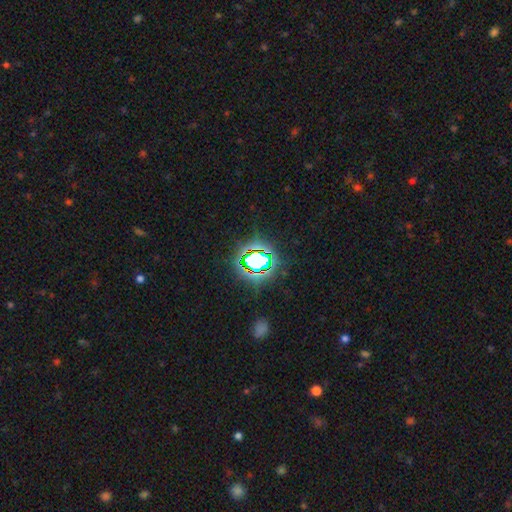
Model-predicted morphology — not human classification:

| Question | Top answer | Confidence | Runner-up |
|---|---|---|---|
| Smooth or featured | star or artifact | 80% | smooth (13%) |